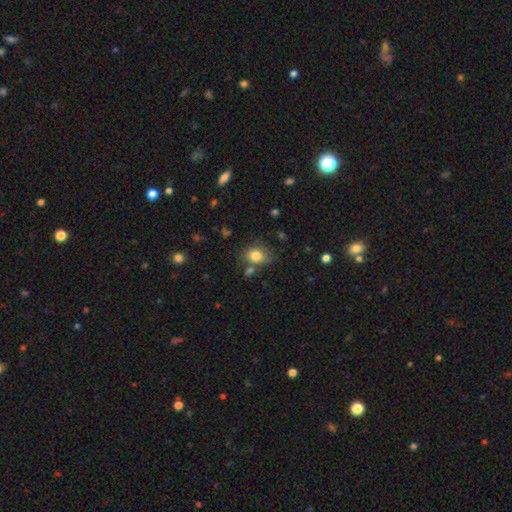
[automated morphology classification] A smooth galaxy with no disk features (80%) that is in between round and cigar-shaped (57%). Merging: none (60%).